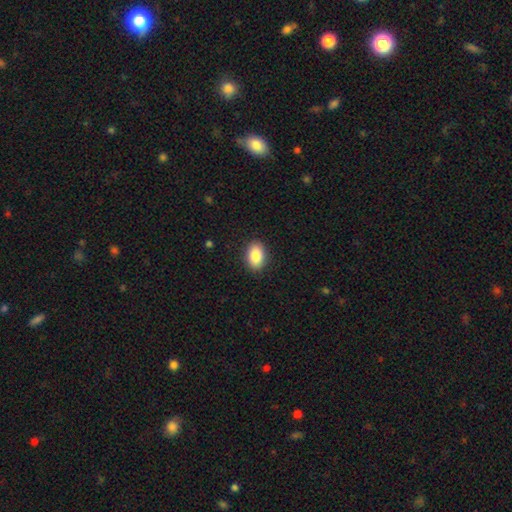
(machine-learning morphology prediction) type=smooth (87%); roundness=in between (86%); merging=none (90%).